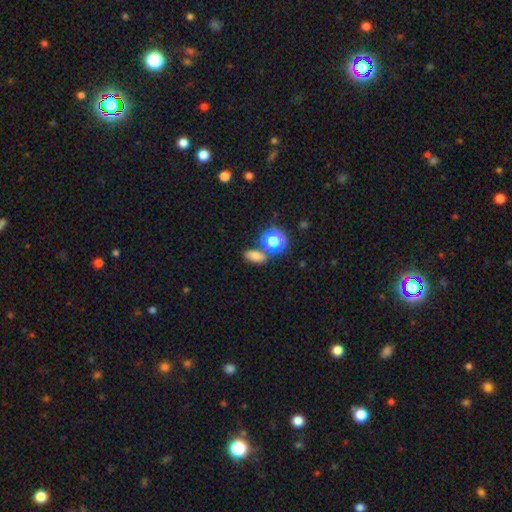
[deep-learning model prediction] Smooth or featured?
  - smooth: 74% *
  - star or artifact: 19%
  - featured or disk: 7%
How rounded?
  - in between: 75% *
  - round: 20%
  - cigar-shaped: 5%
Merging?
  - none: 72% *
  - merger: 14%
  - minor disturbance: 10%
  - major disturbance: 4%